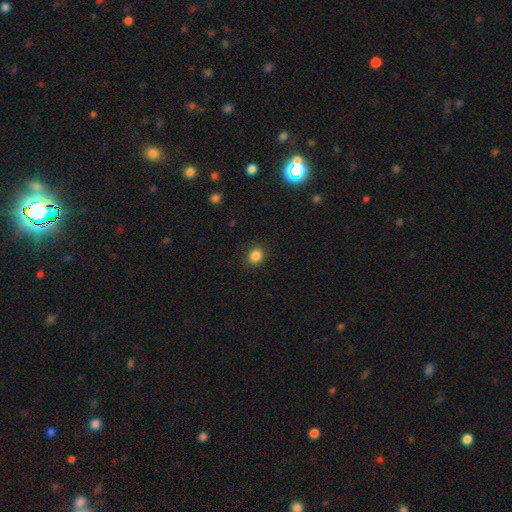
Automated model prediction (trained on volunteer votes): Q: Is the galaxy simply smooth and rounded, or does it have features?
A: smooth — 85%.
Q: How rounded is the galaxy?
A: round — 78%.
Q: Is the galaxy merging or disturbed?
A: none — 89%.